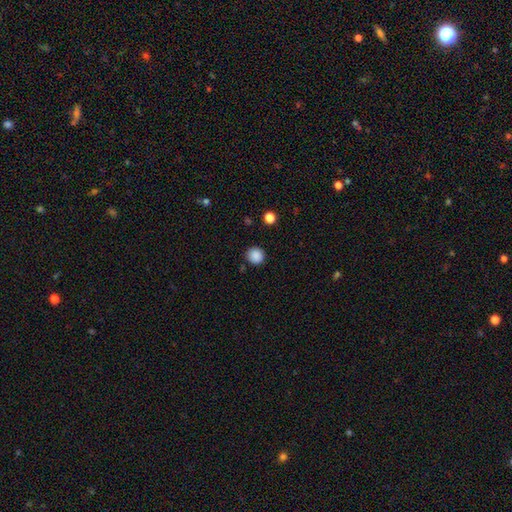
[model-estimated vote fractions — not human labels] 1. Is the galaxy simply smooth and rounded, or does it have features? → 88% smooth, 10% star or artifact, 3% featured or disk.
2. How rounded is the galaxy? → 92% round, 7% in between, 1% cigar-shaped.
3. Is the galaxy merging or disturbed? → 88% none, 8% minor disturbance, 2% major disturbance, 2% merger.